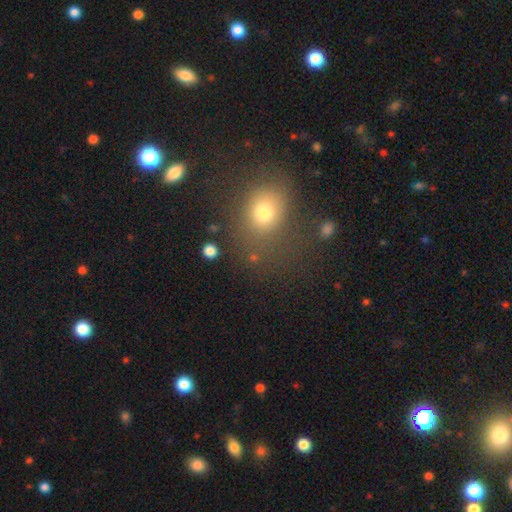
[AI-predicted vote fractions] This is likely a smooth galaxy (68%). How rounded: likely round (62%). Merging: likely none (73%).